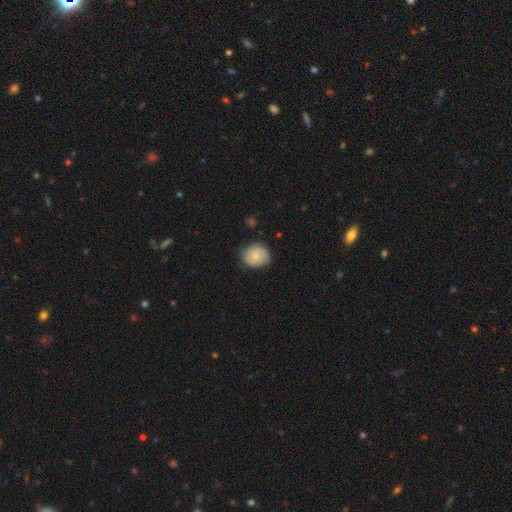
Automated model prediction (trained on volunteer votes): Smooth or featured? smooth (73%)
How rounded? round (75%)
Merging? none (72%)